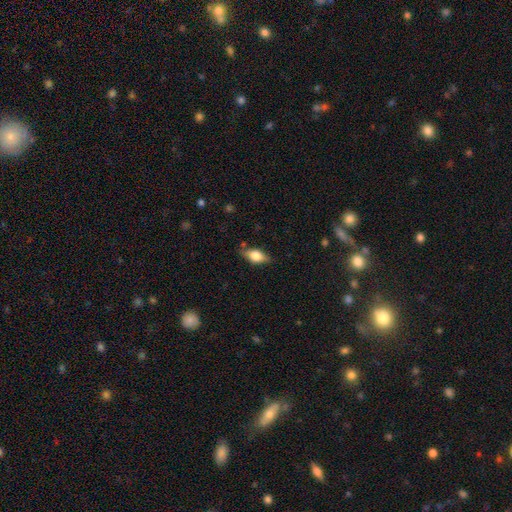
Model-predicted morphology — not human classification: A smooth galaxy with no disk features (64%) that is in between round and cigar-shaped (81%). Merging: none (76%).